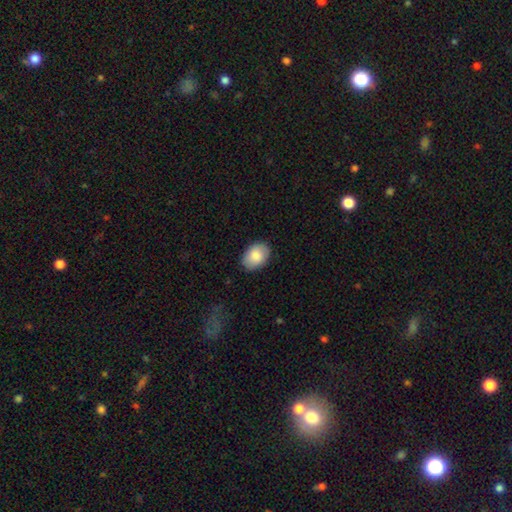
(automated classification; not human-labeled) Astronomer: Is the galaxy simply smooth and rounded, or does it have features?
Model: smooth — 83%.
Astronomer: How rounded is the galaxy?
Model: in between — 83%.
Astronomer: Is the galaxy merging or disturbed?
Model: none — 85%.